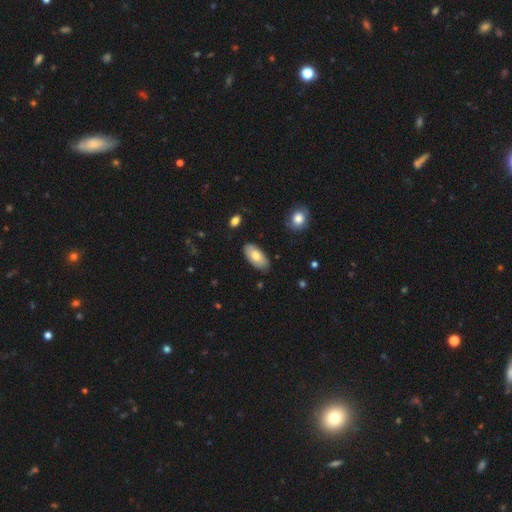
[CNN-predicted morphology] A smooth galaxy with no disk features (75%) that is in between round and cigar-shaped (93%).

Vote fractions:
- Smooth or featured? smooth: 75% / featured or disk: 20% / star or artifact: 6%
- How rounded? in between: 93% / cigar-shaped: 5% / round: 2%
- Merging? none: 84% / minor disturbance: 12% / major disturbance: 2% / merger: 2%